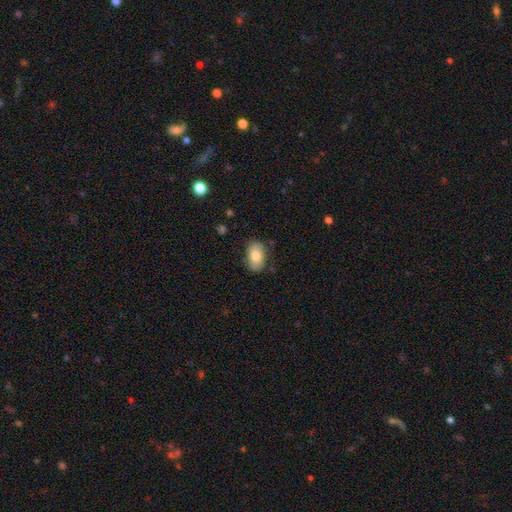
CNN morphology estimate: The model was most divided on "smooth or featured": smooth: 79%, featured or disk: 15%, star or artifact: 7%. More confident: how rounded — in between (89%); merging — none (80%).